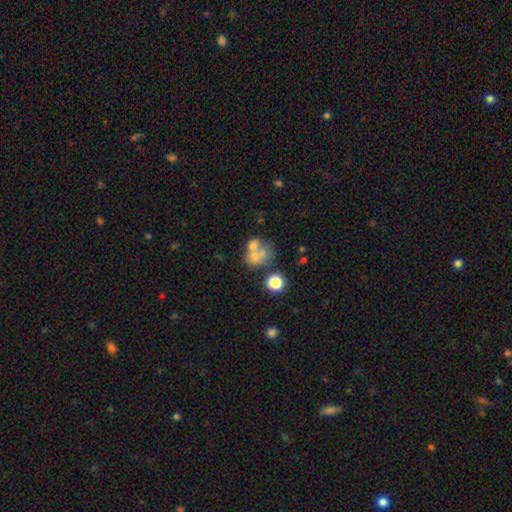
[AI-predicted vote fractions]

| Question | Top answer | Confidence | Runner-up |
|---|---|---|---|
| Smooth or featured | smooth | 59% | featured or disk (26%) |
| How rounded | round | 63% | in between (36%) |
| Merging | merger | 57% | none (28%) |